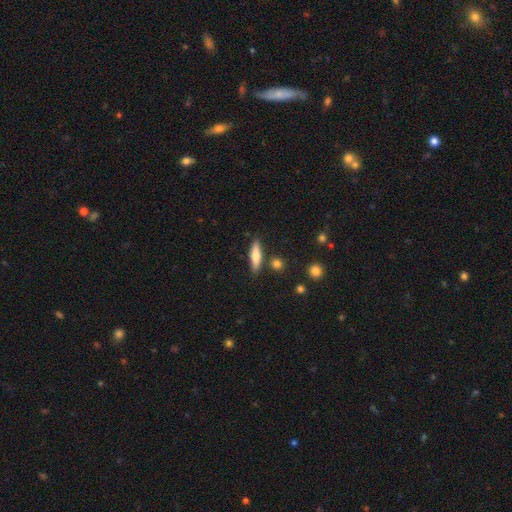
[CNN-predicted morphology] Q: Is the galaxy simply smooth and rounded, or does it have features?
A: smooth — 65%.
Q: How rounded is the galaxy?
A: cigar-shaped — 70%.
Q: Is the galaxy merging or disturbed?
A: none — 83%.